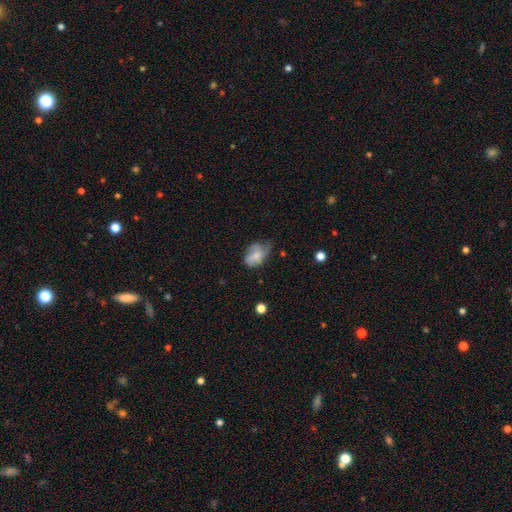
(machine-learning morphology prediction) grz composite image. It shows a smooth galaxy with no disk features (62%) that is in between round and cigar-shaped (83%). Merging: none (40%).